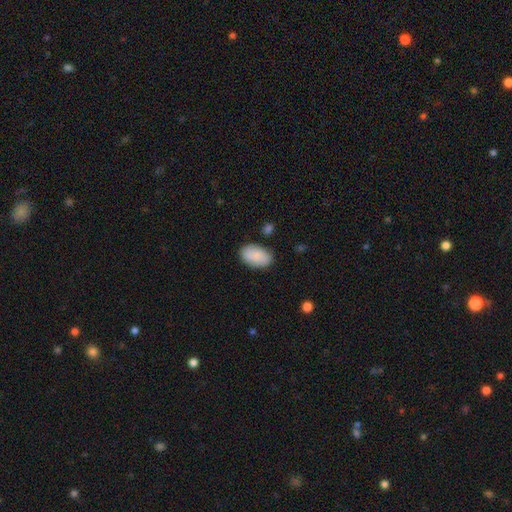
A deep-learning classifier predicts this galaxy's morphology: Smooth or featured? smooth (86%)
How rounded? in between (93%)
Merging? none (80%)